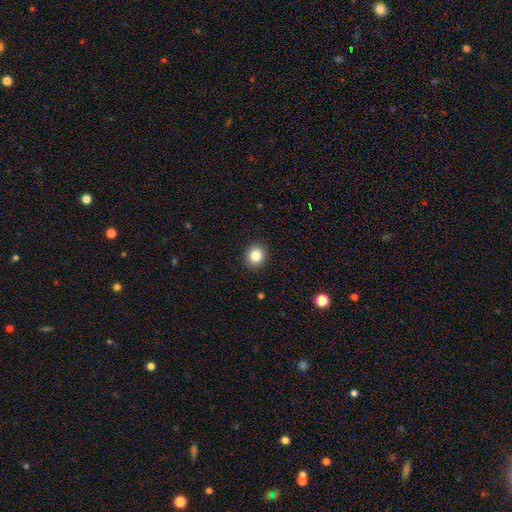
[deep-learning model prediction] A smooth galaxy with no disk features (84%) that is round (83%). Merging: none (92%).